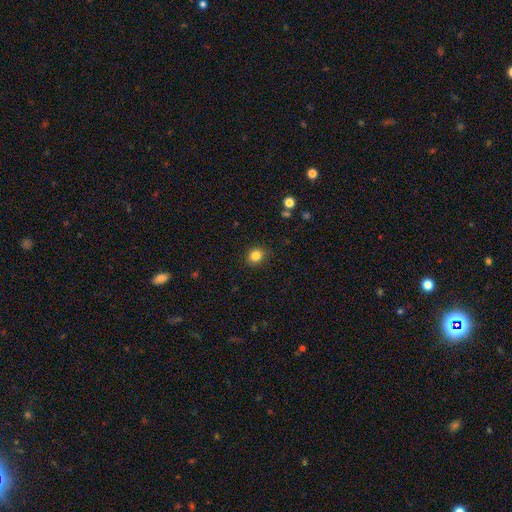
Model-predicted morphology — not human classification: Smooth or featured? smooth (84%)
How rounded? round (77%)
Merging? none (88%)